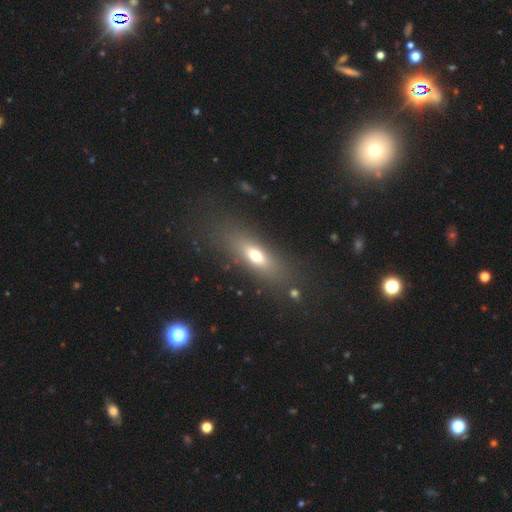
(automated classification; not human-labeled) Q: Smooth or featured?
A: smooth (63%); runner-up: featured or disk (26%)
Q: How rounded?
A: in between (55%); runner-up: cigar-shaped (39%)
Q: Merging?
A: none (79%); runner-up: minor disturbance (11%)